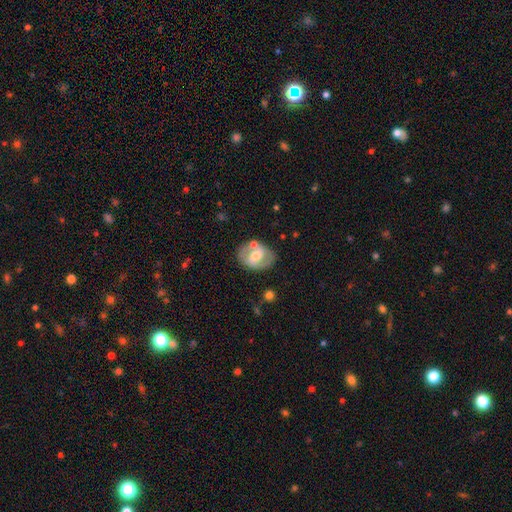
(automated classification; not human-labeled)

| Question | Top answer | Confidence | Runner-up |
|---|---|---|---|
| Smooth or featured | featured or disk | 66% | smooth (28%) |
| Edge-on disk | no | 96% | yes (4%) |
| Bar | weak | 45% | no (29%) |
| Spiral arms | yes | 72% | no (28%) |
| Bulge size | moderate | 65% | small (24%) |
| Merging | none | 71% | minor disturbance (16%) |